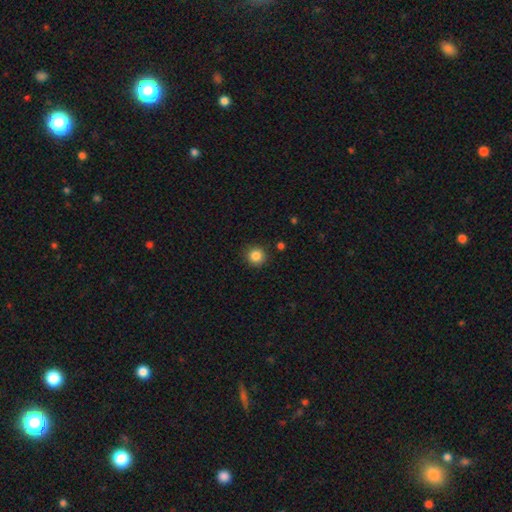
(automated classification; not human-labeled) smooth_or_featured: smooth (p=0.85) [alt: star or artifact p=0.11]
how_rounded: round (p=0.93) [alt: in between p=0.06]
merging: none (p=0.89) [alt: minor disturbance p=0.07]